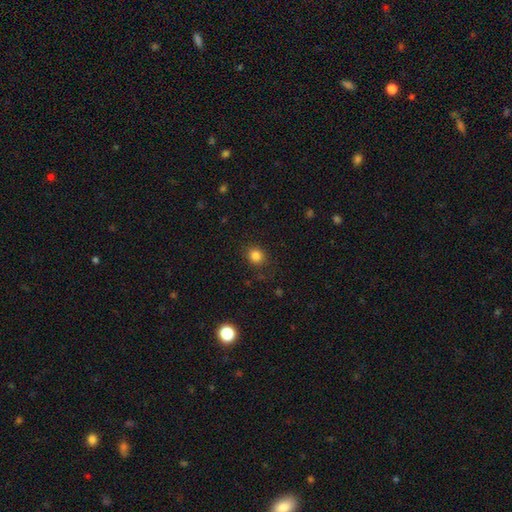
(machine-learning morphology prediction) The model was most divided on "how rounded": round: 74%, in between: 25%, cigar-shaped: 1%. More confident: merging — none (84%); smooth or featured — smooth (83%).